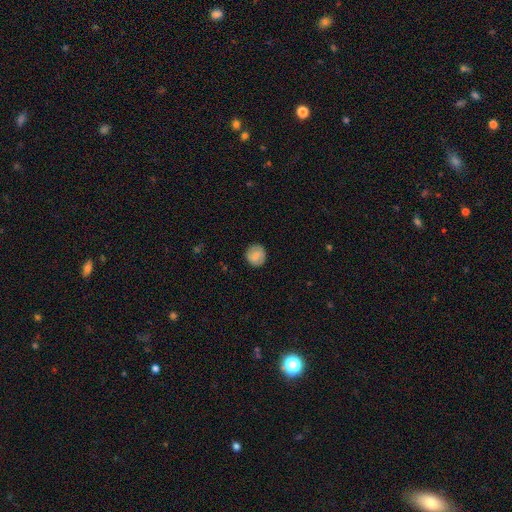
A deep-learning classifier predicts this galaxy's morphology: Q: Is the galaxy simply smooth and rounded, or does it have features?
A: smooth — 60%.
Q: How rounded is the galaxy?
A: round — 84%.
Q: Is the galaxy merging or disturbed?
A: none — 86%.